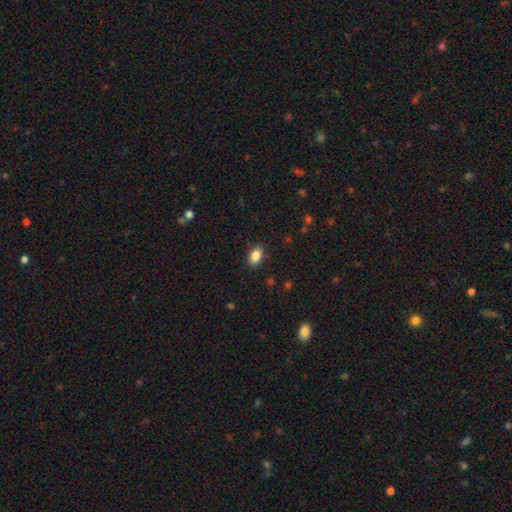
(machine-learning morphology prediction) type=smooth (87%); roundness=in between (86%); merging=none (88%).